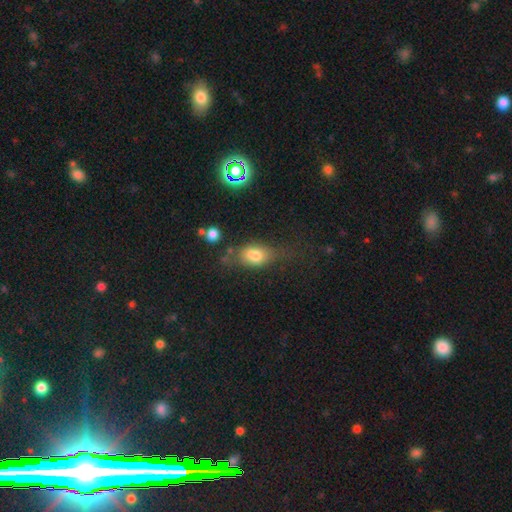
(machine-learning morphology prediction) This is likely a smooth galaxy (75%). How rounded: likely in between (78%). Merging: marginally none (45%).